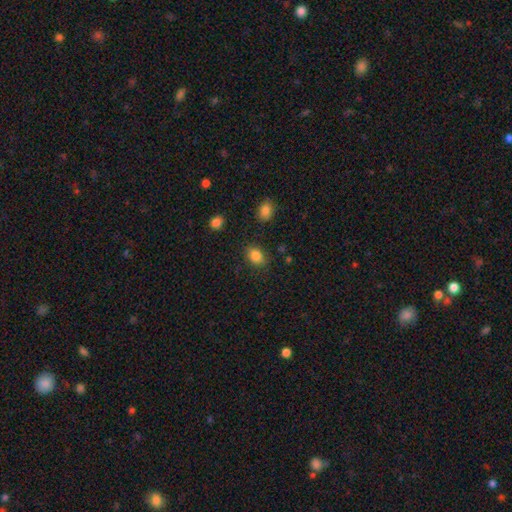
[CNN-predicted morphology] A smooth galaxy with no disk features (84%) that is in between round and cigar-shaped (65%).

Vote fractions:
- Smooth or featured? smooth: 84% / star or artifact: 10% / featured or disk: 6%
- How rounded? in between: 65% / round: 33% / cigar-shaped: 1%
- Merging? none: 83% / minor disturbance: 12% / major disturbance: 3% / merger: 2%